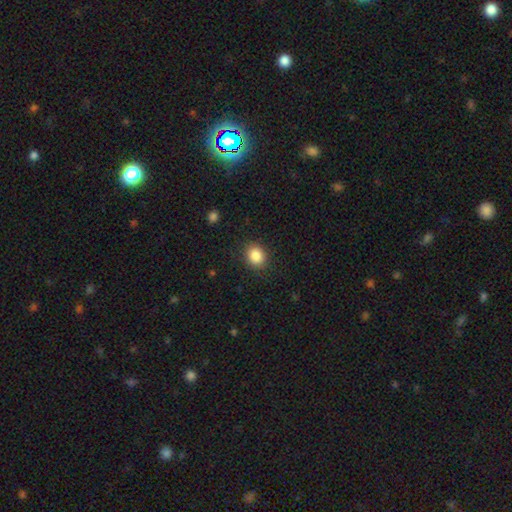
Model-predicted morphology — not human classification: This is clearly a smooth galaxy (86%). How rounded: possibly round (59%). Merging: clearly none (88%).